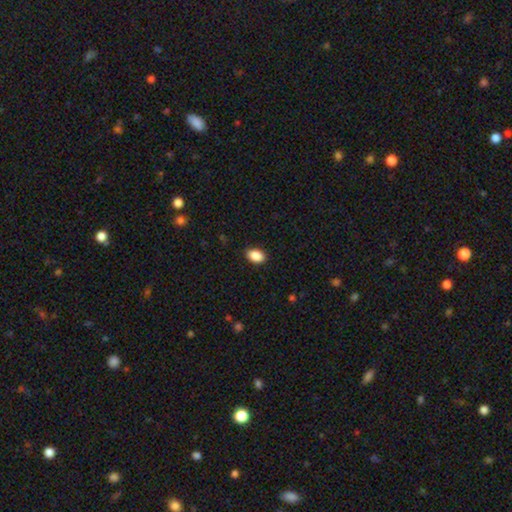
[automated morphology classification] smooth-or-featured: smooth: 89% | star or artifact: 8% | featured or disk: 3%
  how-rounded: in between: 86% | round: 13% | cigar-shaped: 1%
  merging: none: 88% | minor disturbance: 9% | major disturbance: 2% | merger: 1%